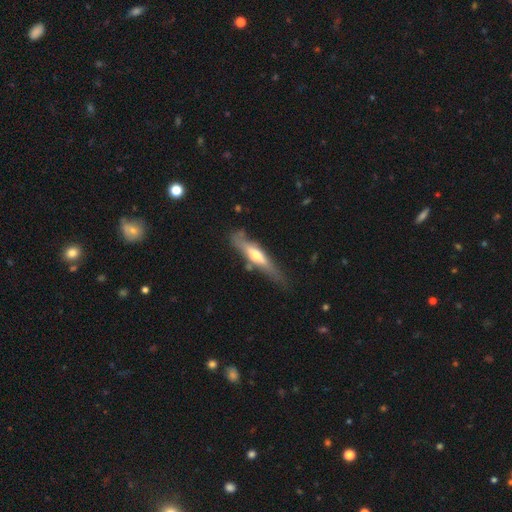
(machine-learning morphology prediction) smooth-or-featured: featured or disk: 55% | smooth: 40% | star or artifact: 5%
  disk-edge-on: yes: 84% | no: 16%
  merging: none: 66% | minor disturbance: 21% | major disturbance: 7% | merger: 6%